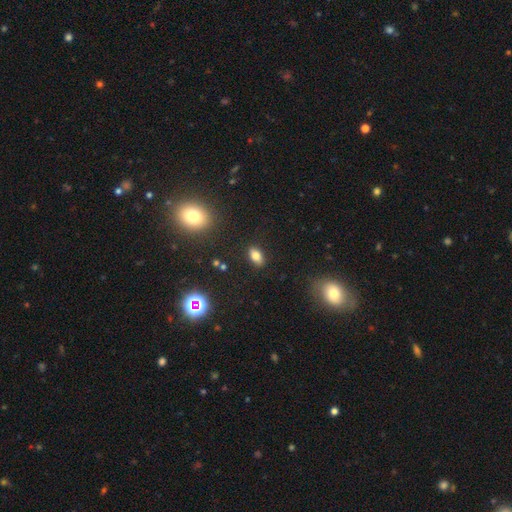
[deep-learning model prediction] smooth 78%, star or artifact 13%, featured or disk 9%. Down the decision tree: how rounded — in between (86%); merging — none (87%).